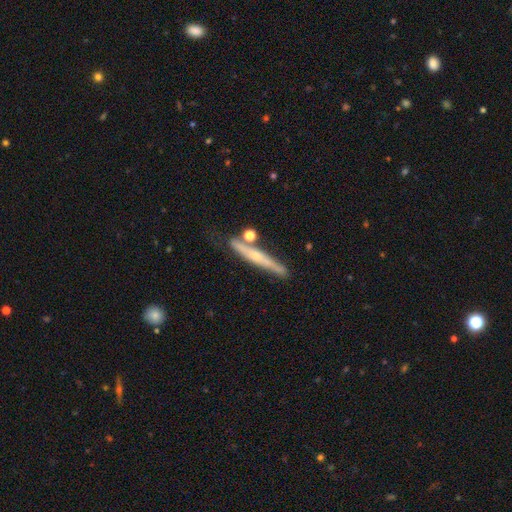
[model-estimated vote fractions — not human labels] A featured or disk galaxy (63%) viewed edge-on (92%) with a rounded central bulge (69%). Merging: none (71%).